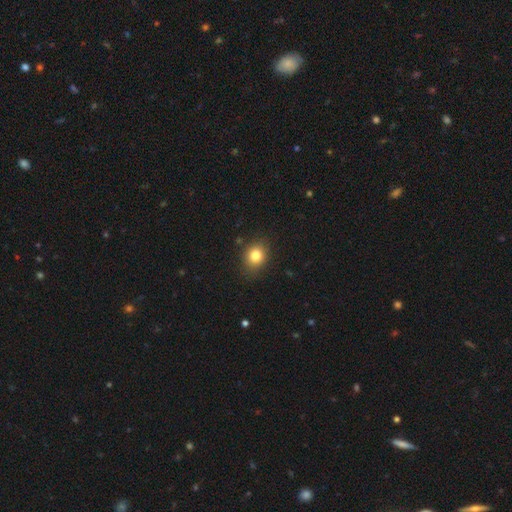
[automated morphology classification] Overall: smooth (81%). How rounded: round (63%; in between 36%). Merging: none (85%).